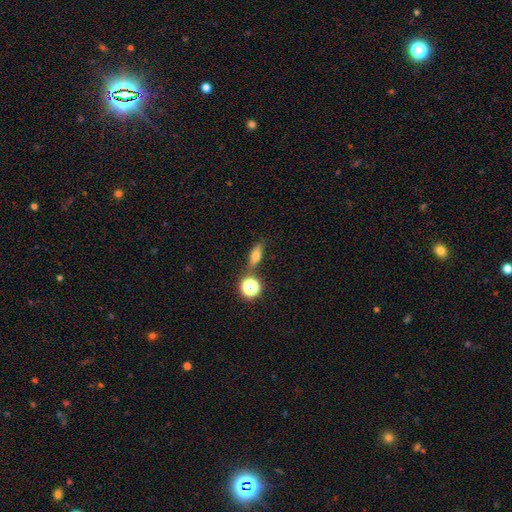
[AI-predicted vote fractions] A smooth galaxy with no disk features (64%) that is in between round and cigar-shaped (56%).

Vote fractions:
- Smooth or featured? smooth: 64% / featured or disk: 22% / star or artifact: 14%
- How rounded? in between: 56% / cigar-shaped: 30% / round: 14%
- Merging? none: 75% / minor disturbance: 12% / merger: 8% / major disturbance: 4%